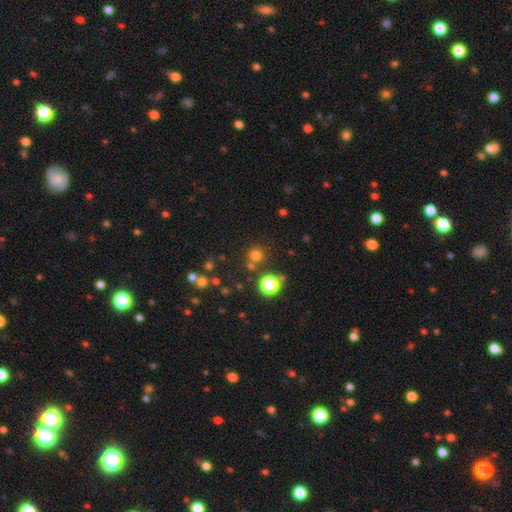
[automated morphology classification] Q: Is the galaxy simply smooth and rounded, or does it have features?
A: smooth — 69%.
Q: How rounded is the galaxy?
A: round — 92%.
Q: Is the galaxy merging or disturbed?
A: none — 76%.